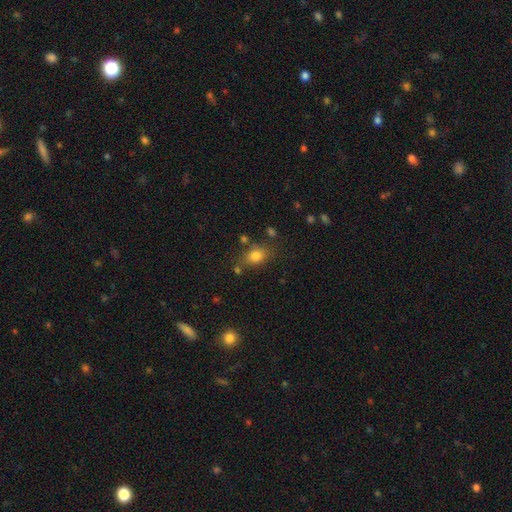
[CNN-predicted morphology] Smooth or featured?
  - smooth: 80% *
  - star or artifact: 11%
  - featured or disk: 9%
How rounded?
  - in between: 68% *
  - round: 30%
  - cigar-shaped: 2%
Merging?
  - none: 70% *
  - minor disturbance: 16%
  - merger: 8%
  - major disturbance: 5%